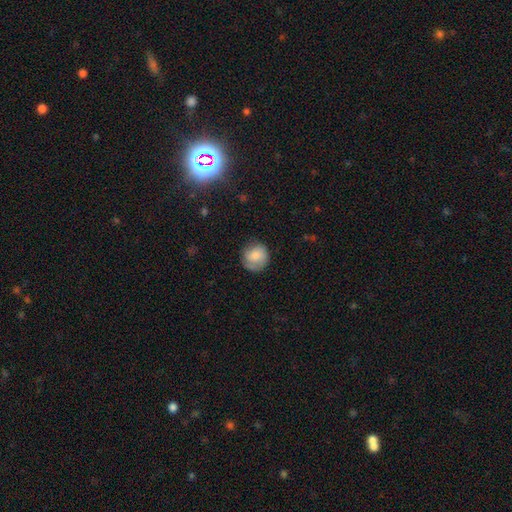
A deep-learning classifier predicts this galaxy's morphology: Overall: smooth (71%). How rounded: round (87%). Merging: none (71%).